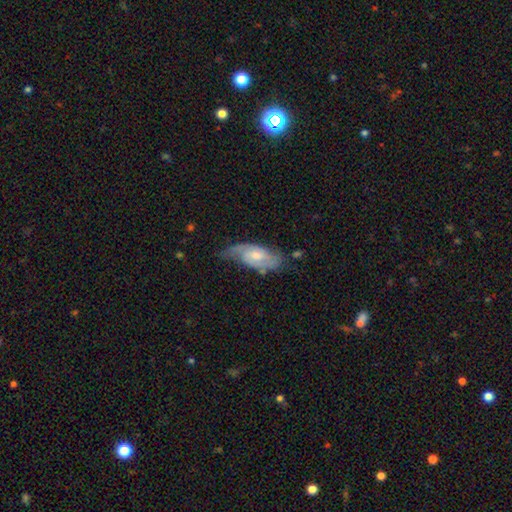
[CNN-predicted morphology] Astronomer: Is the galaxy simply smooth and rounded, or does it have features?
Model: featured or disk — 77%.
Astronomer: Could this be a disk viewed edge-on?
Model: no — 94%.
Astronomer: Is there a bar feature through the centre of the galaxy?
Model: no — 48% (runner-up: weak, 44%).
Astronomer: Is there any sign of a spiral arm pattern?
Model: yes — 94%.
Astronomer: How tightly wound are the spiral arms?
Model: medium — 47% (runner-up: tight, 34%).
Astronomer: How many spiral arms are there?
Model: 2 — 80%.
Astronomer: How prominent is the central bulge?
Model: moderate — 50% (runner-up: small, 37%).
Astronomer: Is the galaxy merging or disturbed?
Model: none — 57%.